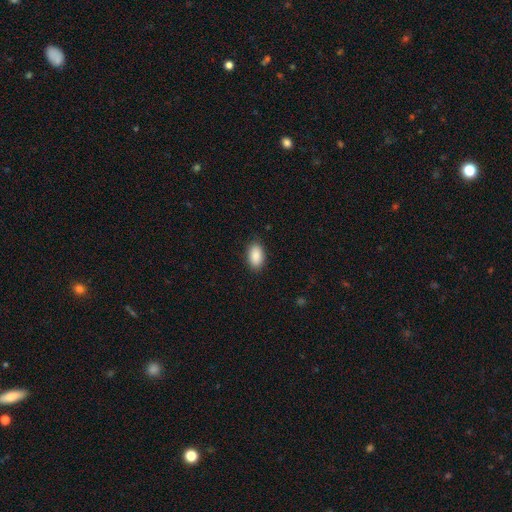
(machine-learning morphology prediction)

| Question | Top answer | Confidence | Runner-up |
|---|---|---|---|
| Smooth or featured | smooth | 89% | star or artifact (7%) |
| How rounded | in between | 93% | round (6%) |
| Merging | none | 88% | minor disturbance (9%) |